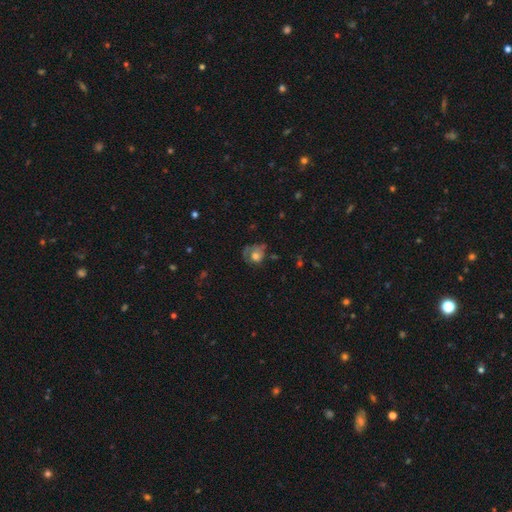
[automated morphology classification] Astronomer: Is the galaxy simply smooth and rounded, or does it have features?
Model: smooth — 52% (runner-up: featured or disk, 38%).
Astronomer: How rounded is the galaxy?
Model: round — 71%.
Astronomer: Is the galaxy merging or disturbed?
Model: none — 41% (runner-up: major disturbance, 30%).